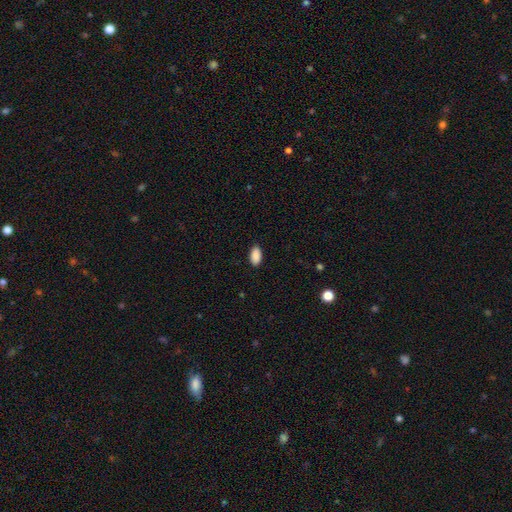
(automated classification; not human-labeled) Smooth or featured: smooth — 90% (star or artifact — 7%)
How rounded: in between — 94% (round — 3%)
Merging: none — 88% (minor disturbance — 9%)